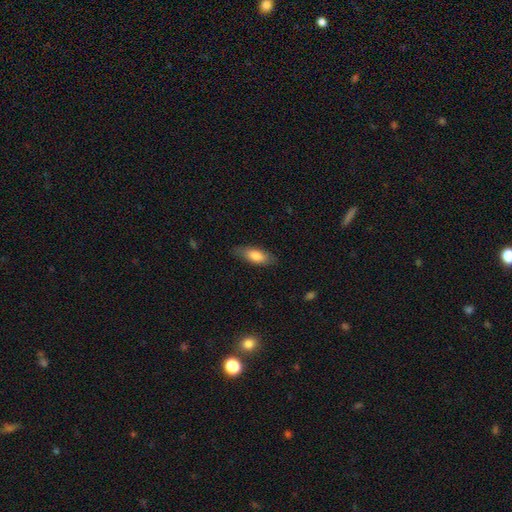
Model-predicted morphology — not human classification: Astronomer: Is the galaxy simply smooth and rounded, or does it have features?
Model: smooth — 79%.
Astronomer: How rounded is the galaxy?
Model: in between — 71%.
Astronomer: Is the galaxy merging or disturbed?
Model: none — 80%.